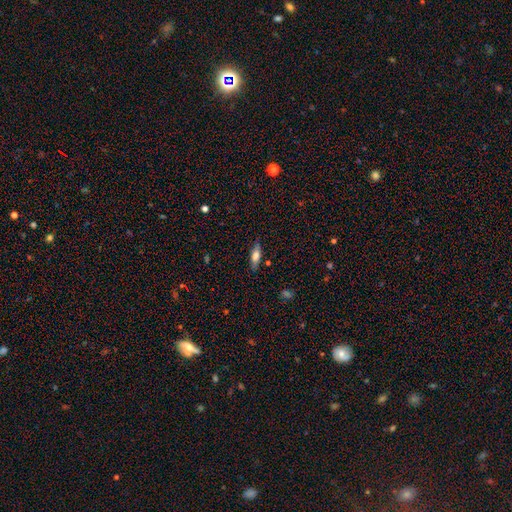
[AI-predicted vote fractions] Q: Smooth or featured?
A: smooth (62%); runner-up: featured or disk (31%)
Q: How rounded?
A: in between (50%); runner-up: cigar-shaped (48%)
Q: Merging?
A: none (84%); runner-up: minor disturbance (12%)